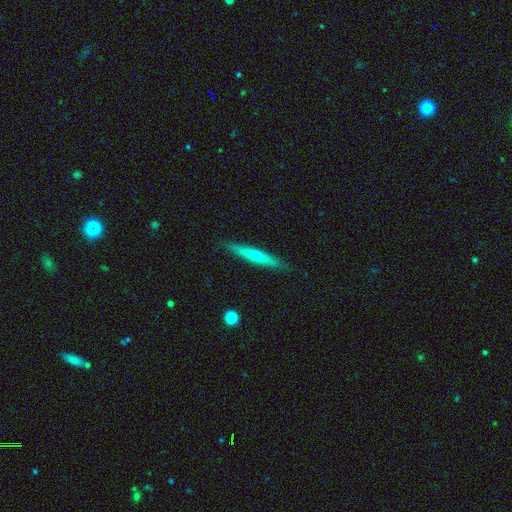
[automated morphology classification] The model was most divided on "smooth or featured": smooth: 58%, featured or disk: 37%, star or artifact: 6%. More confident: how rounded — cigar-shaped (94%); merging — none (89%).